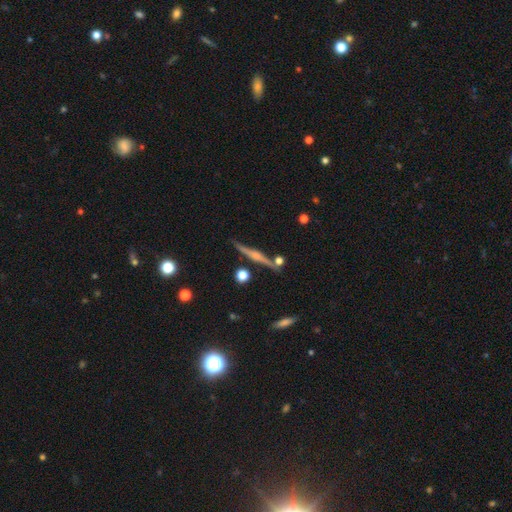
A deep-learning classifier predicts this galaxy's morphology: Smooth or featured?
  - featured or disk: 75% *
  - smooth: 18%
  - star or artifact: 7%
Edge-on disk?
  - yes: 98% *
  - no: 2%
Edge-on bulge?
  - rounded: 78% *
  - boxy: 11%
  - none: 11%
Merging?
  - none: 84% *
  - minor disturbance: 9%
  - merger: 5%
  - major disturbance: 2%